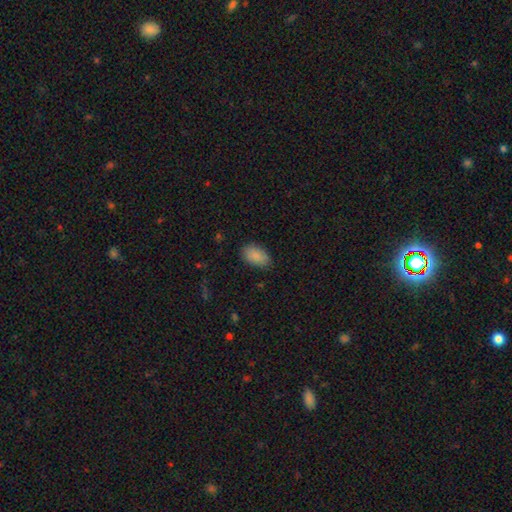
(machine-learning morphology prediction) smooth_or_featured: smooth (p=0.89) [alt: star or artifact p=0.07]
how_rounded: in between (p=0.93) [alt: round p=0.05]
merging: none (p=0.82) [alt: minor disturbance p=0.14]